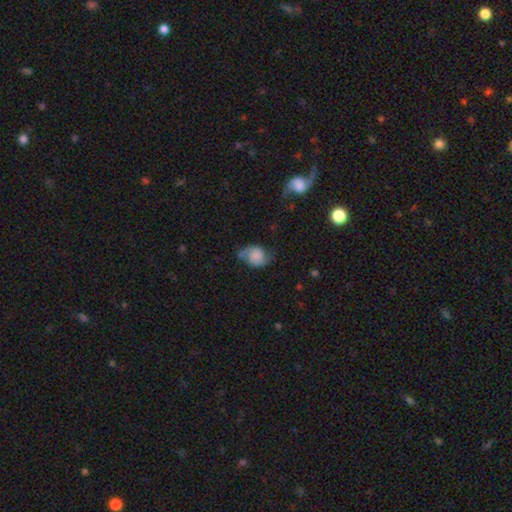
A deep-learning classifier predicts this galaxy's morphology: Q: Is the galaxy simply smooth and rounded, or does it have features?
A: featured or disk — 46%.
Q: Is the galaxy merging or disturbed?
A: none — 50%.